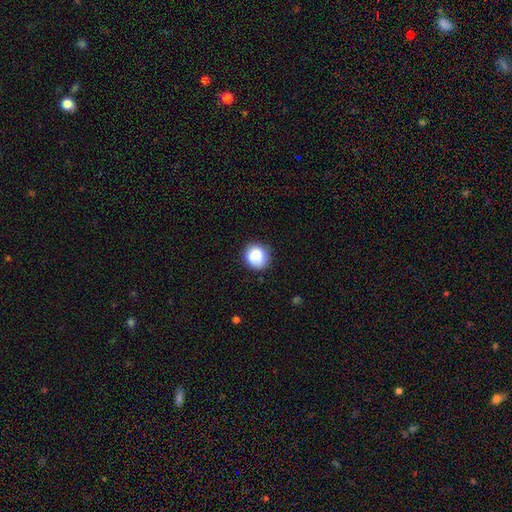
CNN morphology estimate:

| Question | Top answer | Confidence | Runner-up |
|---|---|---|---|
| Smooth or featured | smooth | 84% | star or artifact (8%) |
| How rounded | round | 83% | in between (16%) |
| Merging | none | 78% | minor disturbance (16%) |